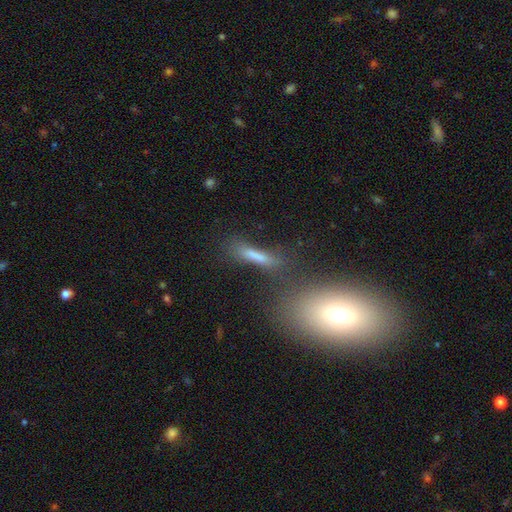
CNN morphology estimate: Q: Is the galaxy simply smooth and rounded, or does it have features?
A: smooth — 72%.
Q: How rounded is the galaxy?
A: cigar-shaped — 83%.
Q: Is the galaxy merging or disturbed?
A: none — 63%.